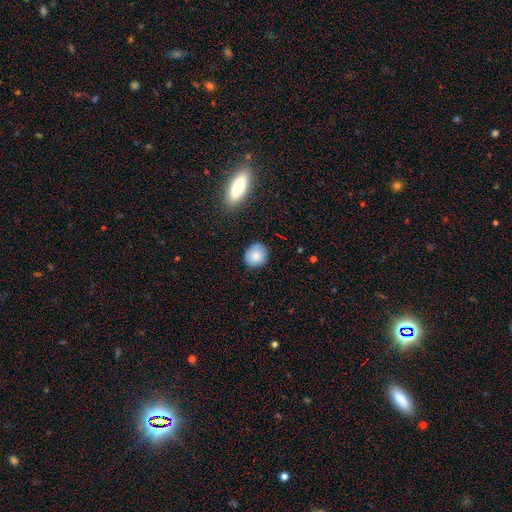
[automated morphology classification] A smooth galaxy with no disk features (82%) that is round (83%).

Vote fractions:
- Smooth or featured? smooth: 82% / featured or disk: 9% / star or artifact: 8%
- How rounded? round: 83% / in between: 16% / cigar-shaped: 1%
- Merging? none: 82% / minor disturbance: 14% / major disturbance: 2% / merger: 2%